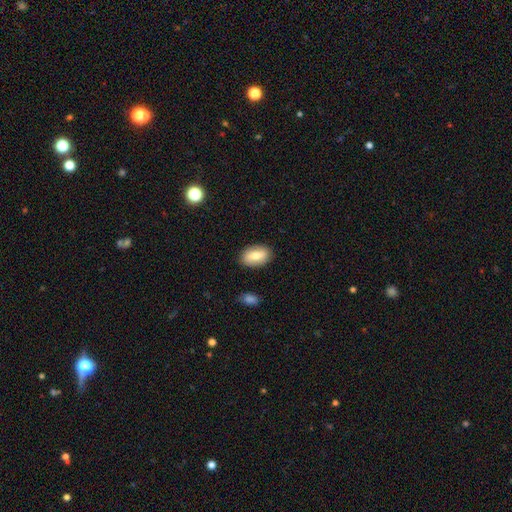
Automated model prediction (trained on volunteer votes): The model was most divided on "smooth or featured": smooth: 73%, featured or disk: 20%, star or artifact: 7%. More confident: how rounded — in between (91%); merging — none (86%).